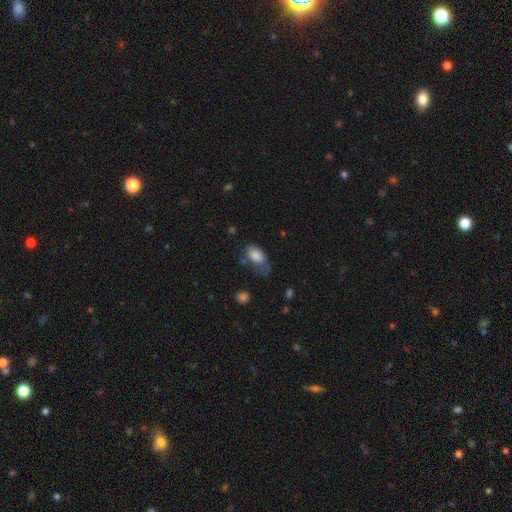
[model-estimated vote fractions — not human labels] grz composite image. It shows a smooth galaxy with no disk features (80%) that is in between round and cigar-shaped (91%). Merging: none (32%, tied with minor disturbance).